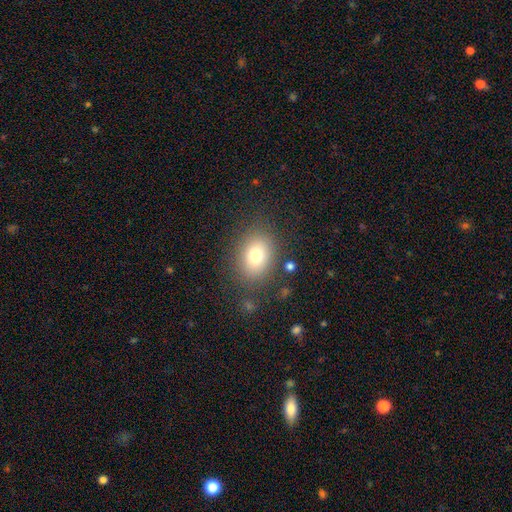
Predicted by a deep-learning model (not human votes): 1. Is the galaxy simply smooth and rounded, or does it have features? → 75% smooth, 12% featured or disk, 12% star or artifact.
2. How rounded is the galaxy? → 56% in between, 43% round, 1% cigar-shaped.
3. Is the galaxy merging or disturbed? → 81% none, 12% minor disturbance, 5% major disturbance, 2% merger.